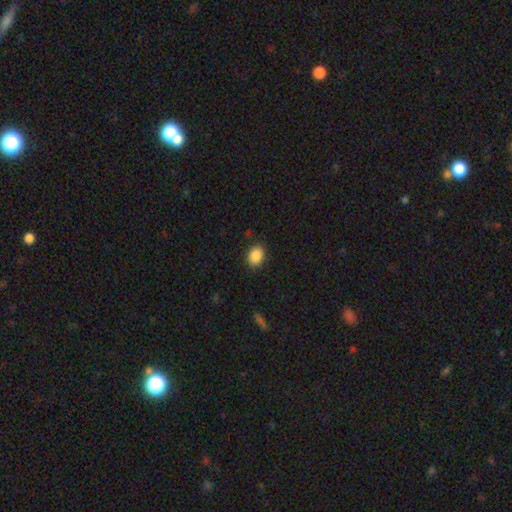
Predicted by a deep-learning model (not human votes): A smooth galaxy with no disk features (88%) that is in between round and cigar-shaped (61%).

Vote fractions:
- Smooth or featured? smooth: 88% / star or artifact: 9% / featured or disk: 3%
- How rounded? in between: 61% / round: 38% / cigar-shaped: 1%
- Merging? none: 87% / minor disturbance: 9% / major disturbance: 2% / merger: 1%